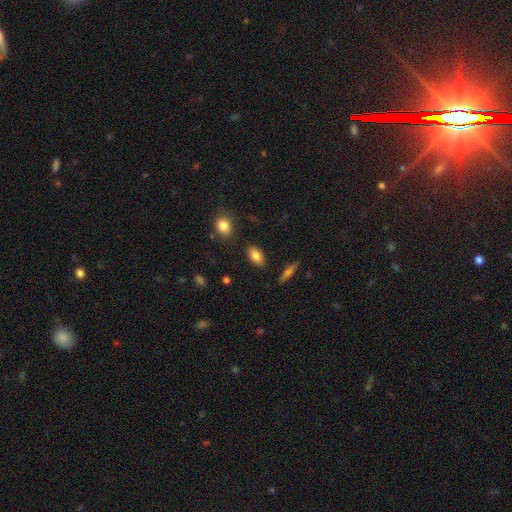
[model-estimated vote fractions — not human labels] Smooth or featured: smooth — 83% (featured or disk — 9%)
How rounded: in between — 89% (round — 6%)
Merging: none — 86% (minor disturbance — 10%)